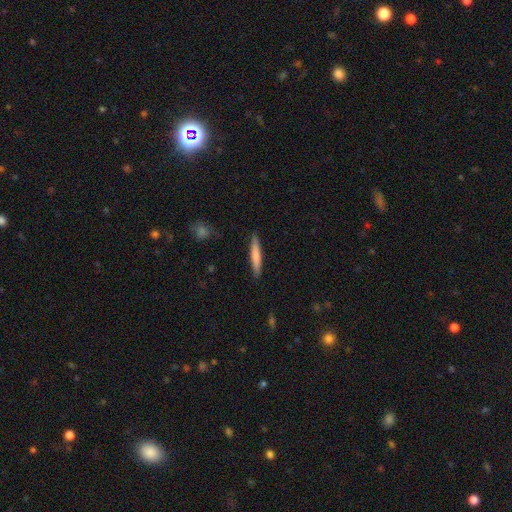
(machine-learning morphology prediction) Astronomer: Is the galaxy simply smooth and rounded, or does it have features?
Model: smooth — 73%.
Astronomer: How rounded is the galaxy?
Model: cigar-shaped — 93%.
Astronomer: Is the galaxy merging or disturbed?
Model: none — 90%.